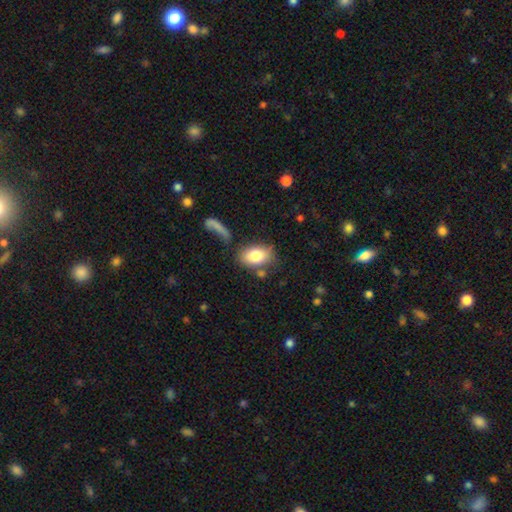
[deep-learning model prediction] A smooth galaxy with no disk features (80%) that is in between round and cigar-shaped (86%).

Vote fractions:
- Smooth or featured? smooth: 80% / featured or disk: 13% / star or artifact: 7%
- How rounded? in between: 86% / round: 12% / cigar-shaped: 2%
- Merging? none: 69% / minor disturbance: 14% / merger: 10% / major disturbance: 7%